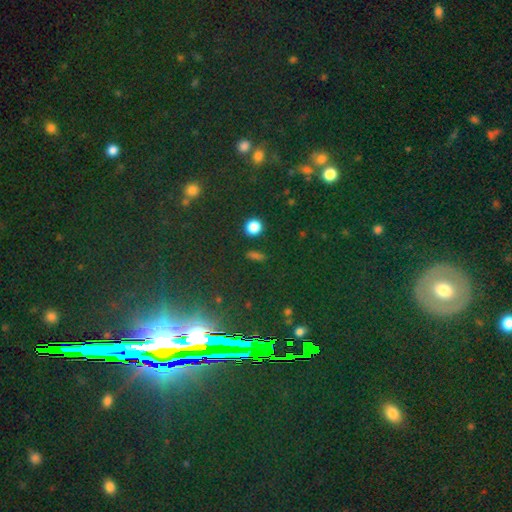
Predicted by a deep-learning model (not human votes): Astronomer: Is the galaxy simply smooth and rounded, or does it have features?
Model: star or artifact — 76%.